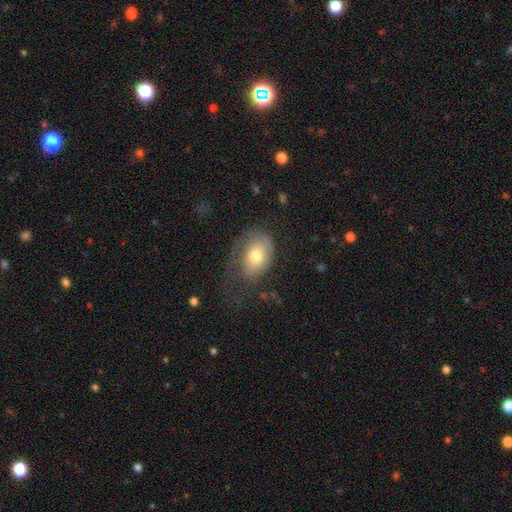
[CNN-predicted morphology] This is likely a smooth galaxy (62%). How rounded: likely in between (77%). Merging: marginally none (41%).